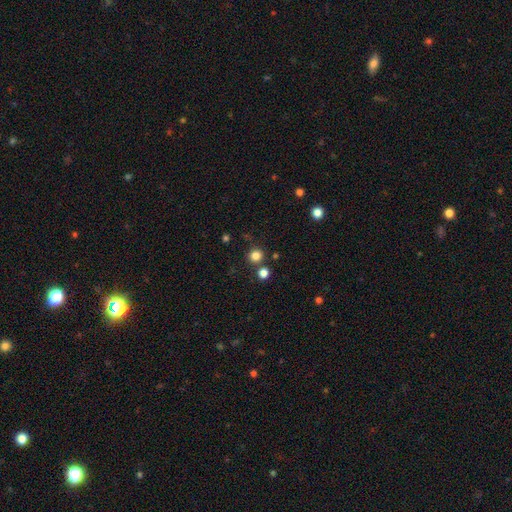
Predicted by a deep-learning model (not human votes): A smooth galaxy with no disk features (81%) that is round (92%). Merging: none (80%).